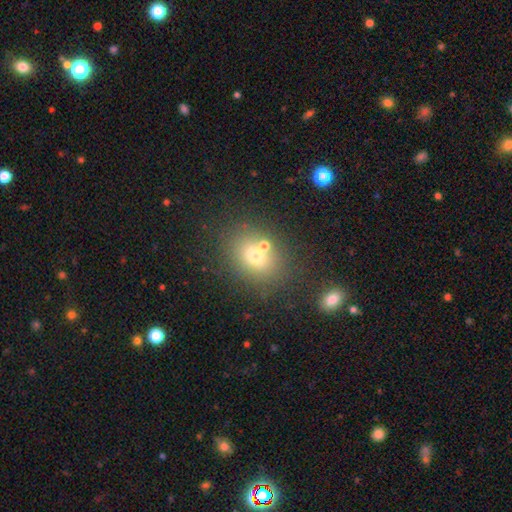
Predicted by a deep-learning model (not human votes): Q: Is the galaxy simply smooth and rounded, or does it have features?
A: smooth — 68%.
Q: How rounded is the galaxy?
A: in between — 50%.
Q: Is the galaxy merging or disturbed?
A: none — 65%.